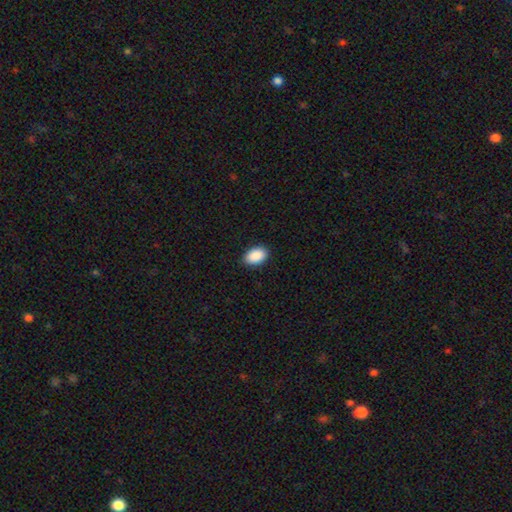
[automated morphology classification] smooth_or_featured: smooth (p=0.91) [alt: star or artifact p=0.07]
how_rounded: in between (p=0.91) [alt: round p=0.08]
merging: none (p=0.89) [alt: minor disturbance p=0.09]